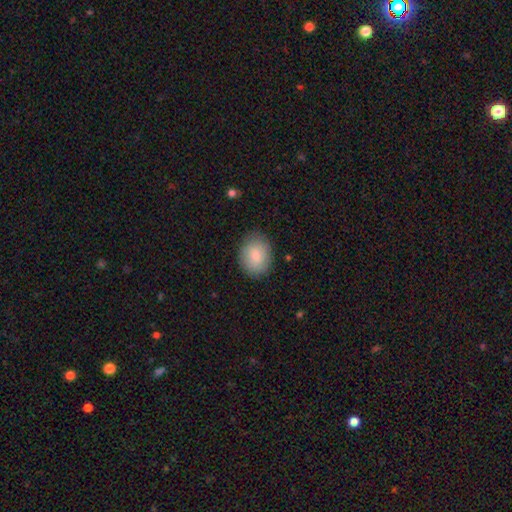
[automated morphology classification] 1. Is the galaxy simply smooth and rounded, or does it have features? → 83% smooth, 10% featured or disk, 7% star or artifact.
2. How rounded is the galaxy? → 60% in between, 39% round, 1% cigar-shaped.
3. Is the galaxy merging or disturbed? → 84% none, 12% minor disturbance, 3% major disturbance, 1% merger.